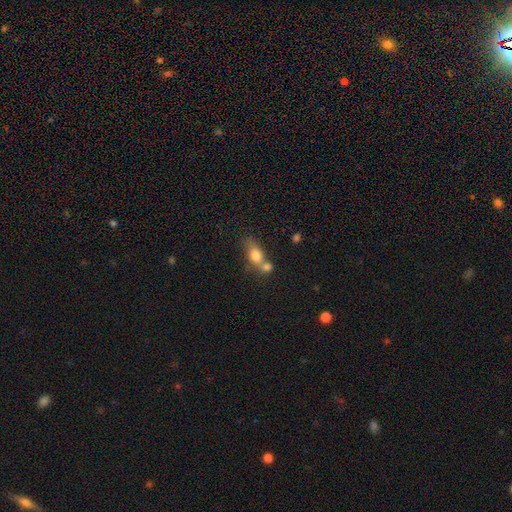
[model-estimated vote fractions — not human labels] Smooth or featured? Predicted: smooth (p=0.75). How rounded? Predicted: in between (p=0.68). Merging? Predicted: merger (p=0.53).